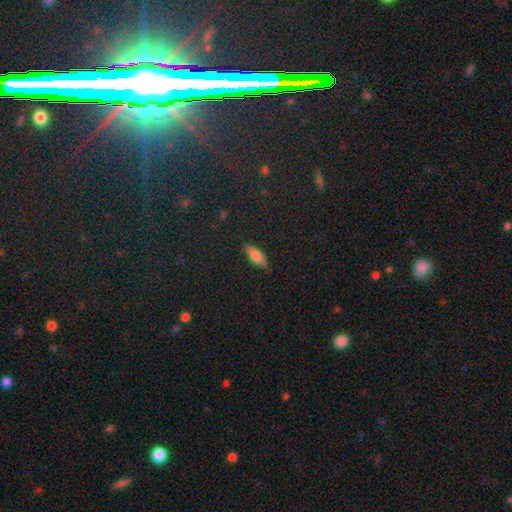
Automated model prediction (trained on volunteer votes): smooth-or-featured: smooth: 69% | featured or disk: 24% | star or artifact: 7%
  how-rounded: in between: 72% | cigar-shaped: 25% | round: 3%
  merging: none: 85% | minor disturbance: 11% | major disturbance: 2% | merger: 1%